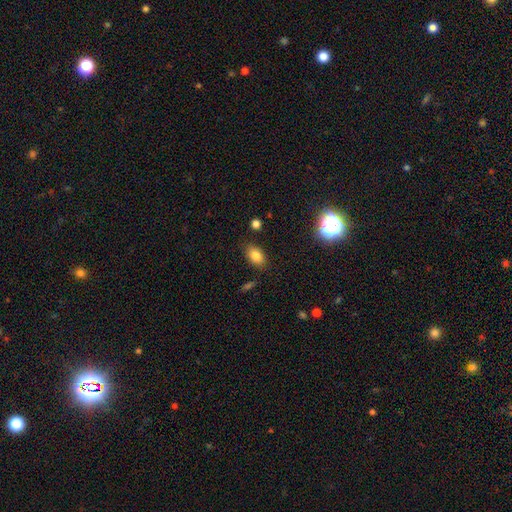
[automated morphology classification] This is clearly a smooth galaxy (82%). How rounded: clearly in between (87%). Merging: clearly none (83%).